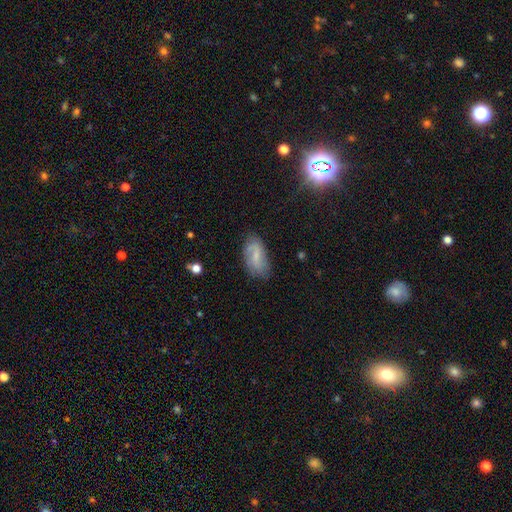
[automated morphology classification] smooth_or_featured: featured or disk (p=0.46) [alt: smooth p=0.45]
merging: none (p=0.71) [alt: minor disturbance p=0.21]